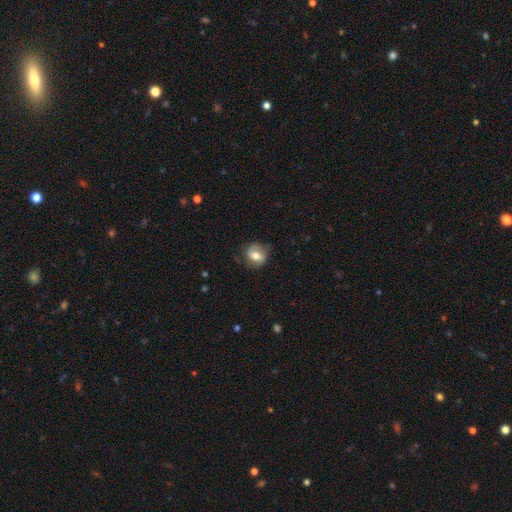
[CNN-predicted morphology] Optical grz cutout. It shows a smooth galaxy with no disk features (55%) that is round (57%). Merging: none (68%).